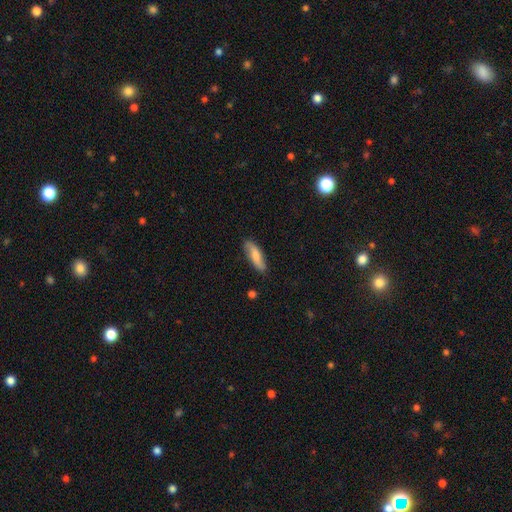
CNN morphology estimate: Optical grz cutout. It shows a smooth galaxy with no disk features (72%) that is cigar-shaped (52%). Merging: none (81%).